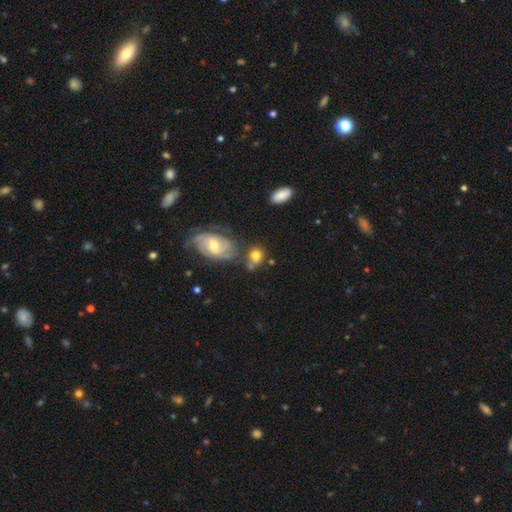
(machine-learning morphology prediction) Q: Smooth or featured?
A: smooth (67%); runner-up: featured or disk (23%)
Q: How rounded?
A: round (58%); runner-up: in between (40%)
Q: Merging?
A: none (47%); runner-up: merger (25%)